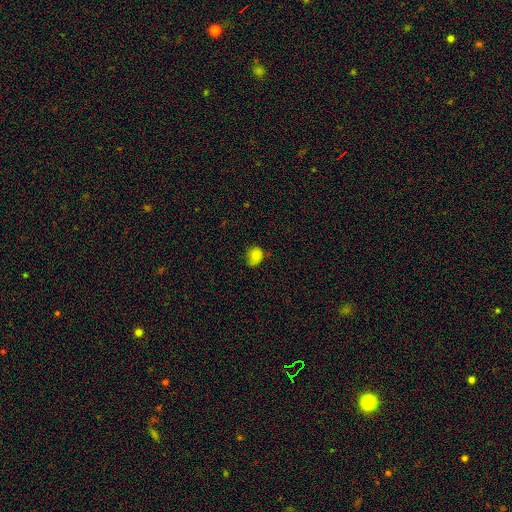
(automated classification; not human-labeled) Smooth or featured? Predicted: smooth (p=0.82). How rounded? Predicted: round (p=0.52). Merging? Predicted: none (p=0.57).